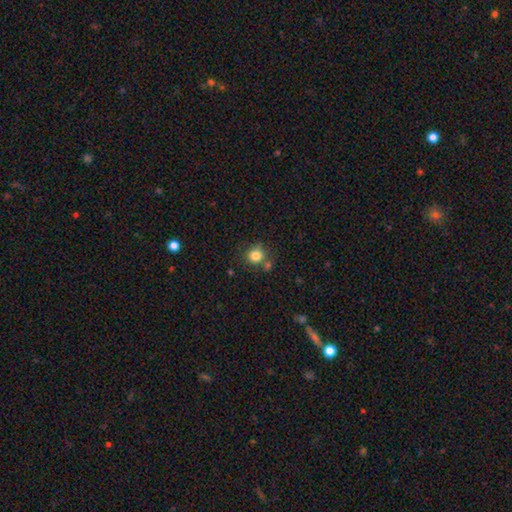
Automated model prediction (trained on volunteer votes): Q: Smooth or featured?
A: smooth (83%); runner-up: star or artifact (11%)
Q: How rounded?
A: round (86%); runner-up: in between (13%)
Q: Merging?
A: none (70%); runner-up: merger (14%)